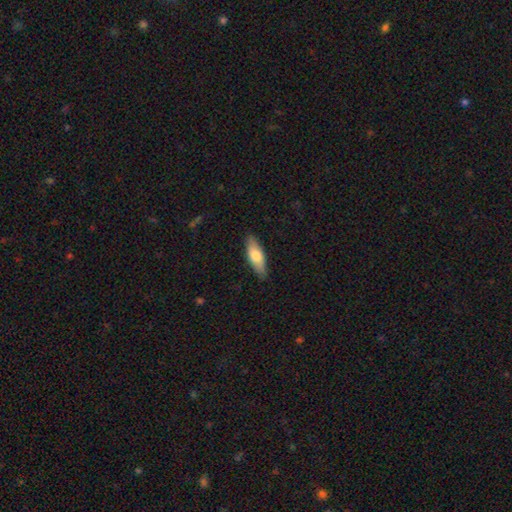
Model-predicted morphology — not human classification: smooth-or-featured: smooth: 71% | featured or disk: 23% | star or artifact: 6%
  how-rounded: in between: 60% | cigar-shaped: 38% | round: 2%
  merging: none: 87% | minor disturbance: 10% | major disturbance: 2% | merger: 1%